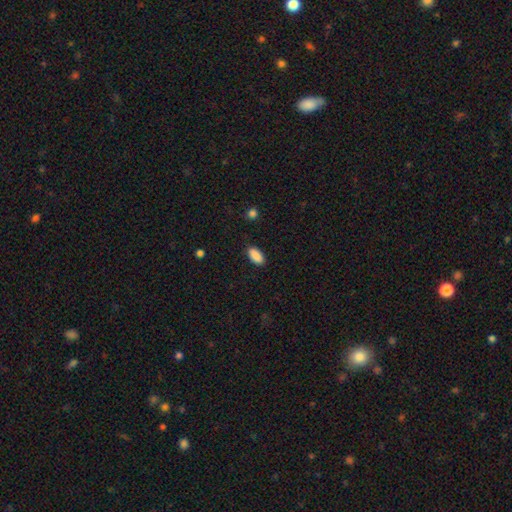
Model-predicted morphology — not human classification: A smooth galaxy with no disk features (89%) that is in between round and cigar-shaped (91%). Merging: none (88%).